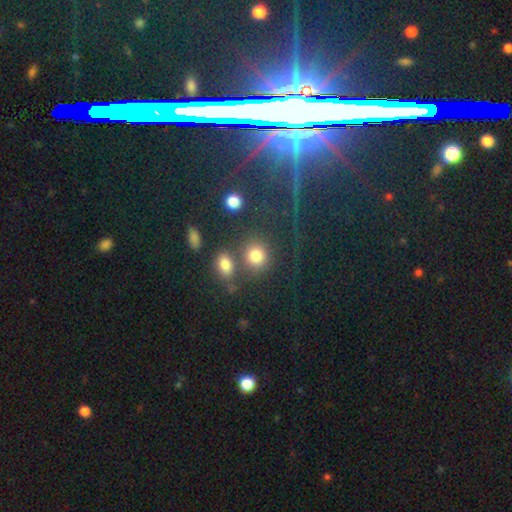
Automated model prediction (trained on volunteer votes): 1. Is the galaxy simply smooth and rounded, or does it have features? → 78% smooth, 14% star or artifact, 8% featured or disk.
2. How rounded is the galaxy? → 80% round, 19% in between, 1% cigar-shaped.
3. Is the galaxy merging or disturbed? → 61% none, 22% merger, 10% minor disturbance, 6% major disturbance.